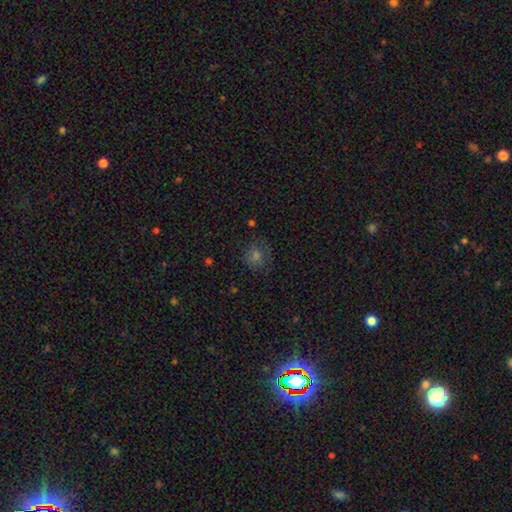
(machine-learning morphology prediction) The model was most divided on "smooth or featured": smooth: 57%, star or artifact: 28%, featured or disk: 14%. More confident: how rounded — round (80%); merging — none (75%).